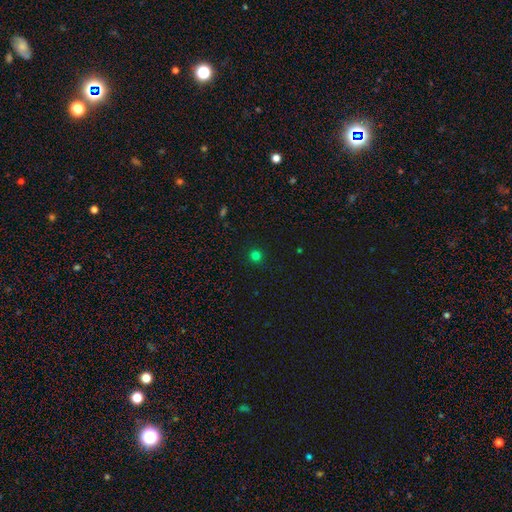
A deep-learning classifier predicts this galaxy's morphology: A smooth galaxy with no disk features (78%) that is round (95%). Merging: none (92%).